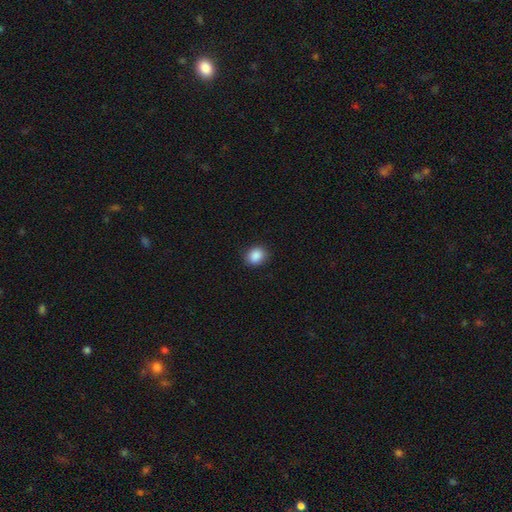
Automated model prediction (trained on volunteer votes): Smooth or featured? smooth (88%)
How rounded? round (63%)
Merging? none (88%)